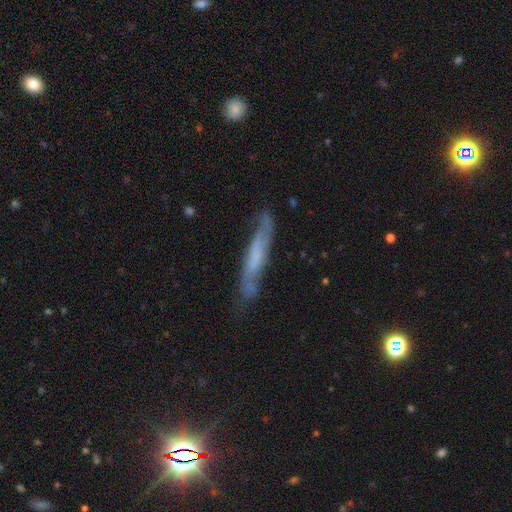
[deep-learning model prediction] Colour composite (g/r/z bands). It shows a featured or disk galaxy (60%) viewed edge-on (62%). Merging: none (69%).